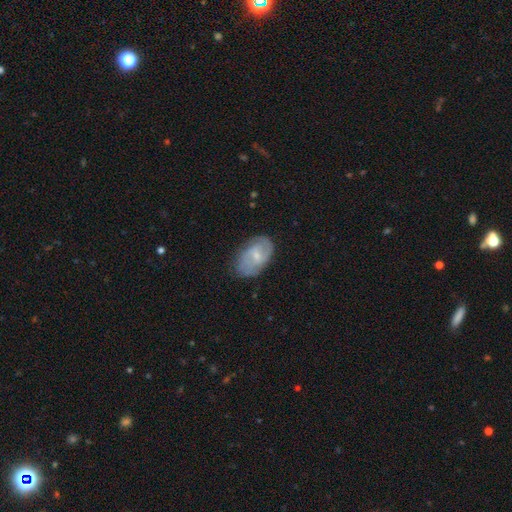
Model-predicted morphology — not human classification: smooth-or-featured: featured or disk: 62% | smooth: 31% | star or artifact: 6%
  disk-edge-on: no: 96% | yes: 4%
    bar: weak: 54% | no: 36% | strong: 10%
    has-spiral-arms: yes: 83% | no: 17%
    bulge-size: small: 60% | moderate: 32% | none: 5% | large: 1% | dominant: 1%
  merging: none: 70% | minor disturbance: 22% | major disturbance: 6% | merger: 1%